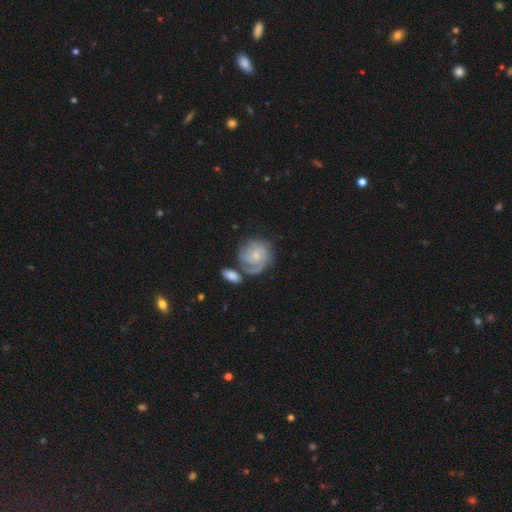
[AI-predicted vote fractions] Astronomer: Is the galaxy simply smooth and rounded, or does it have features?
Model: featured or disk — 66%.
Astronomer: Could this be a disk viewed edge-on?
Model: no — 97%.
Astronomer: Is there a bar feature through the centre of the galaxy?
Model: no — 75%.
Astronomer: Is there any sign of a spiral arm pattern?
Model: yes — 87%.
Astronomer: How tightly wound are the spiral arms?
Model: tight — 60%.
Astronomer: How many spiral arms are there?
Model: can't tell — 33% (runner-up: 2, 25%).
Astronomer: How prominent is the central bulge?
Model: small — 66%.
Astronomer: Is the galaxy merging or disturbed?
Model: none — 51%.